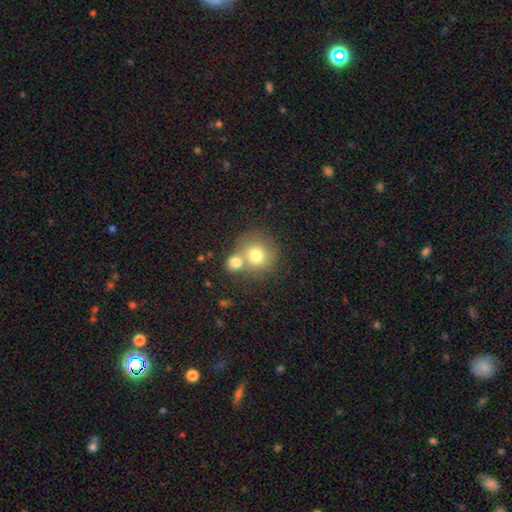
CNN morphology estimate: Overall: smooth (74%). How rounded: round (87%). Merging: none (45%; merger 43%).